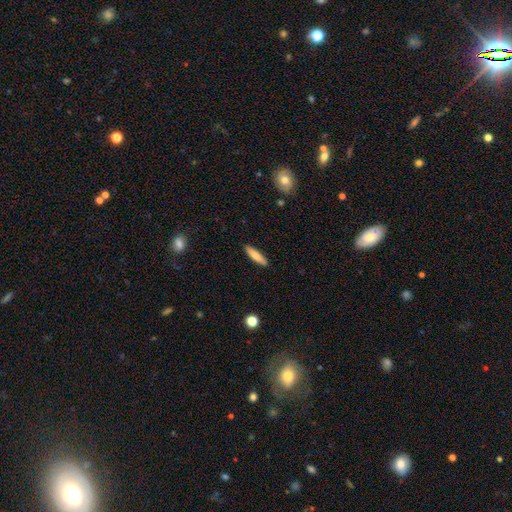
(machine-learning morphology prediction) This is likely a smooth galaxy (76%). How rounded: likely cigar-shaped (80%). Merging: clearly none (90%).